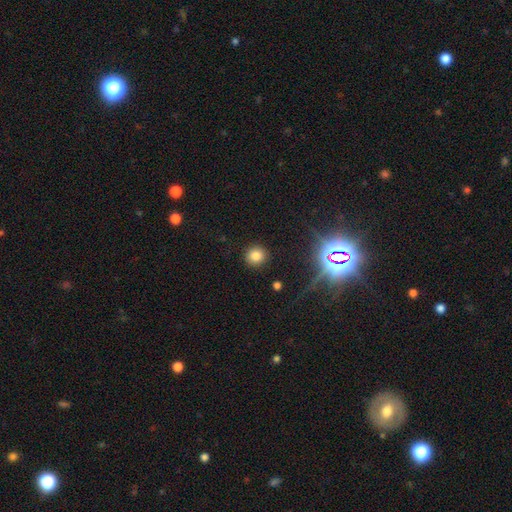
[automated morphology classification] This appears to be a smooth galaxy with no disk features (80%) that is round (90%). Merging: none (90%).